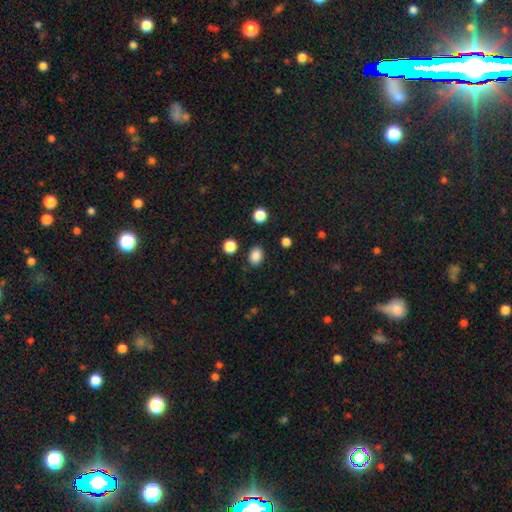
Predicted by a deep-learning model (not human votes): Smooth or featured? Predicted: smooth (p=0.86). How rounded? Predicted: in between (p=0.68). Merging? Predicted: none (p=0.83).